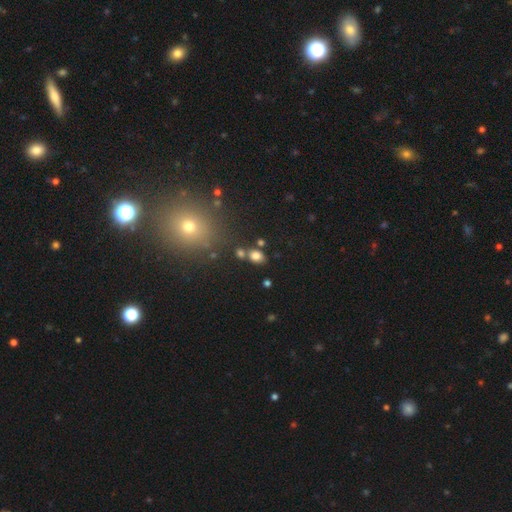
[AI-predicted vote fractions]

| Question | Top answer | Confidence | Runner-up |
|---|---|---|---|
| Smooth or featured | smooth | 78% | star or artifact (14%) |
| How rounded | in between | 72% | round (27%) |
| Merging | none | 69% | merger (16%) |